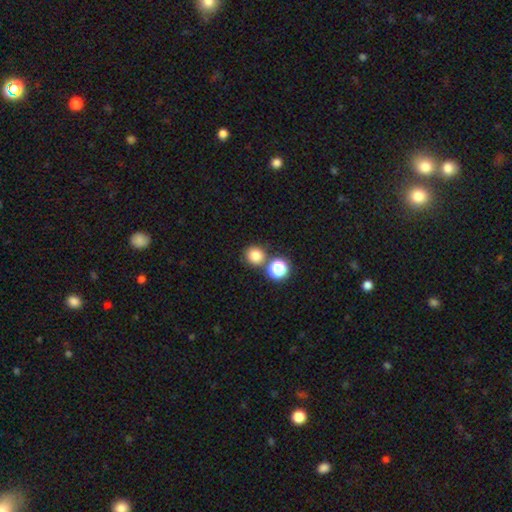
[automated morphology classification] Smooth or featured?
  - smooth: 78% *
  - star or artifact: 16%
  - featured or disk: 6%
How rounded?
  - round: 90% *
  - in between: 9%
  - cigar-shaped: 1%
Merging?
  - none: 76% *
  - merger: 15%
  - minor disturbance: 7%
  - major disturbance: 3%